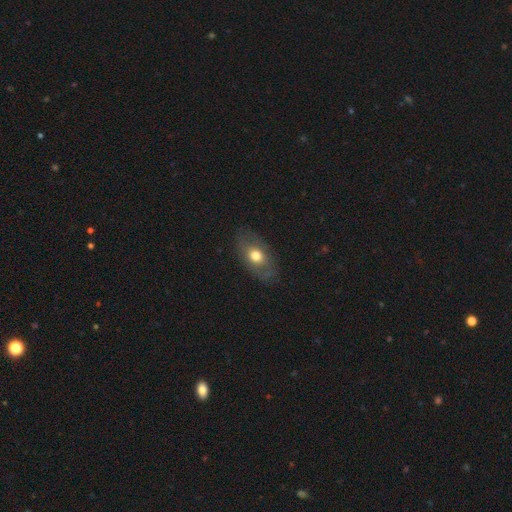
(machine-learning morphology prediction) This is likely a smooth galaxy (61%). How rounded: clearly in between (85%). Merging: likely none (79%).